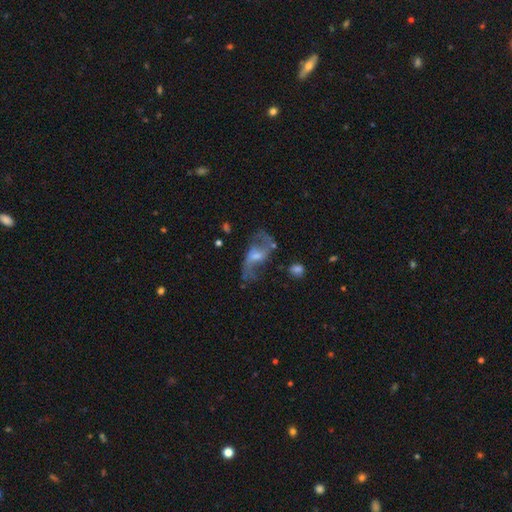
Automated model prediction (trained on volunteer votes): Smooth or featured: featured or disk — 77% (smooth — 13%)
Edge-on disk: no — 92% (yes — 8%)
Bar: weak — 46% (no — 39%)
Spiral arms: yes — 86% (no — 14%)
Spiral winding: loose — 74% (medium — 20%)
Spiral arm count: 2 — 86% (can't tell — 6%)
Bulge size: small — 43% (moderate — 41%)
Merging: none — 58% (major disturbance — 19%)